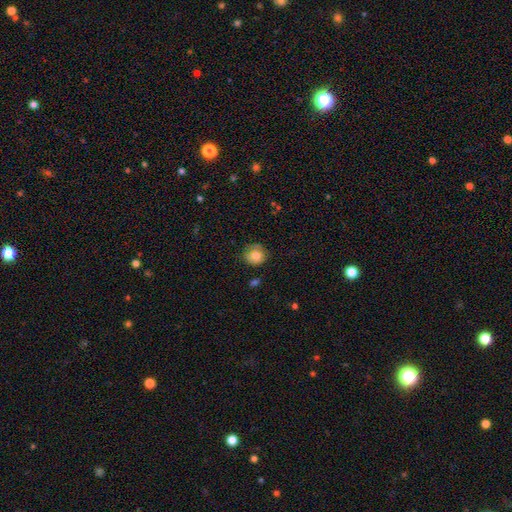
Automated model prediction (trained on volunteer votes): This appears to be a smooth galaxy with no disk features (77%) that is round (83%). Merging: none (67%).